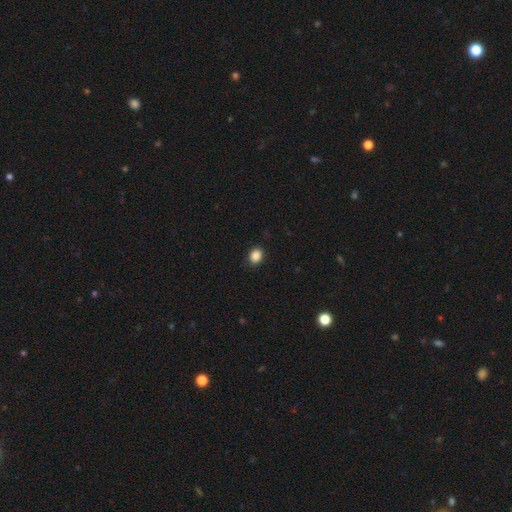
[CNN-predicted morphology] smooth-or-featured: smooth: 87% | star or artifact: 10% | featured or disk: 3%
  how-rounded: in between: 50% | round: 49% | cigar-shaped: 1%
  merging: none: 89% | minor disturbance: 8% | major disturbance: 2% | merger: 1%